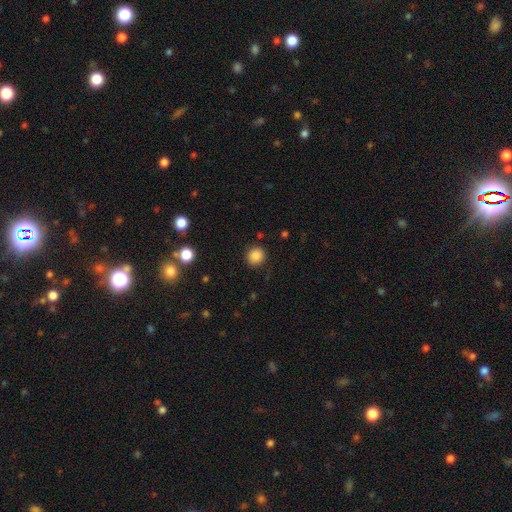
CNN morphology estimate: Smooth or featured: smooth — 86% (star or artifact — 11%)
How rounded: round — 88% (in between — 11%)
Merging: none — 88% (minor disturbance — 8%)